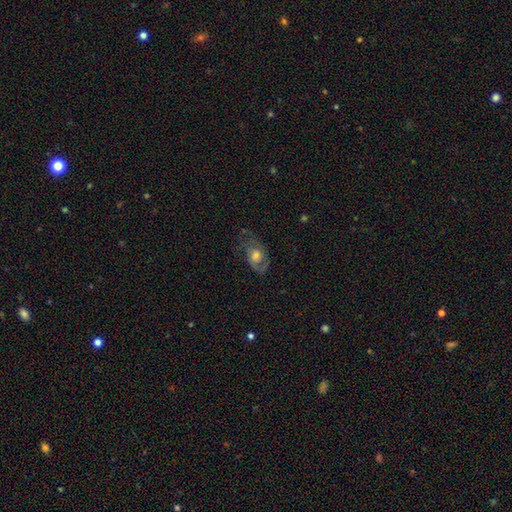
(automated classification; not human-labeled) Overall: featured or disk (63%; smooth 28%). Edge-on disk: no (95%). Bar: no (72%). Spiral arms: yes (82%). Bulge size: moderate (60%). Merging: none (56%; minor disturbance 24%).